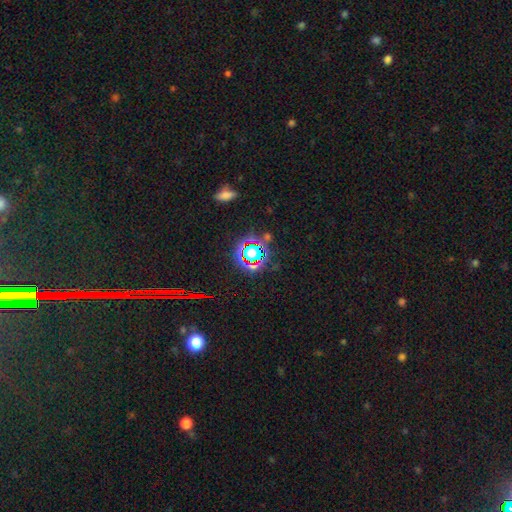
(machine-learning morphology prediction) This appears to be a star or artifact, not a galaxy (69%).